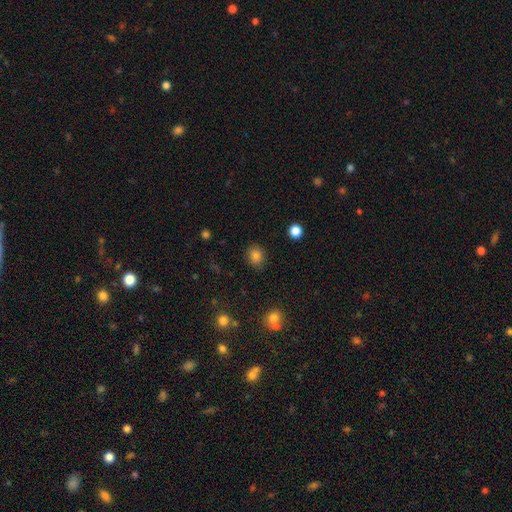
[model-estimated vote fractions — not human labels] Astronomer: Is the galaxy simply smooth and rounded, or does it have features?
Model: smooth — 83%.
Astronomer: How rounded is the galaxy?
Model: round — 65%.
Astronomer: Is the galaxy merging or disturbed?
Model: none — 87%.